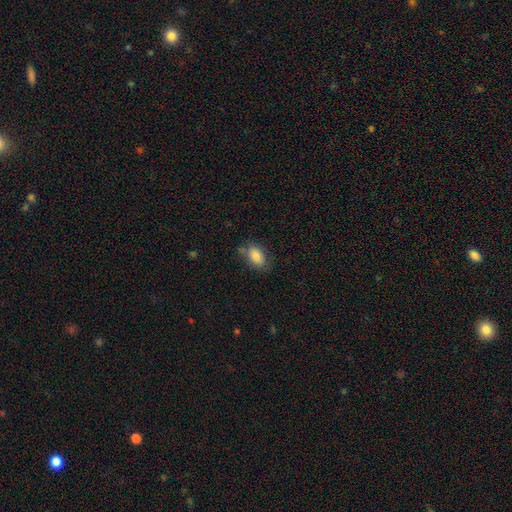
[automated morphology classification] Q: Smooth or featured?
A: smooth (85%); runner-up: star or artifact (7%)
Q: How rounded?
A: in between (89%); runner-up: round (9%)
Q: Merging?
A: none (67%); runner-up: minor disturbance (22%)